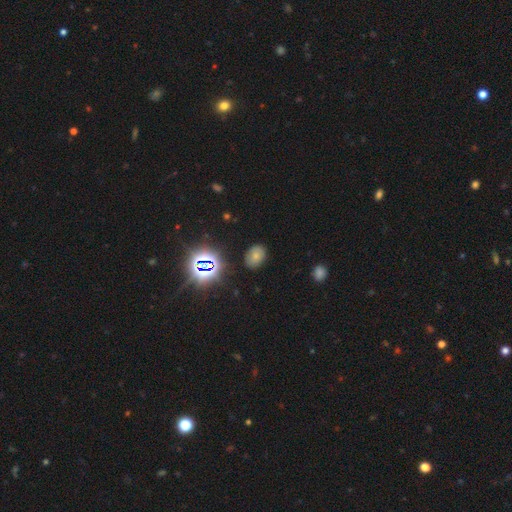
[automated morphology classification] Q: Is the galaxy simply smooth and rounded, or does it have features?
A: smooth — 64%.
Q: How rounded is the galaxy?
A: in between — 75%.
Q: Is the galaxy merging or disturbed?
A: none — 80%.